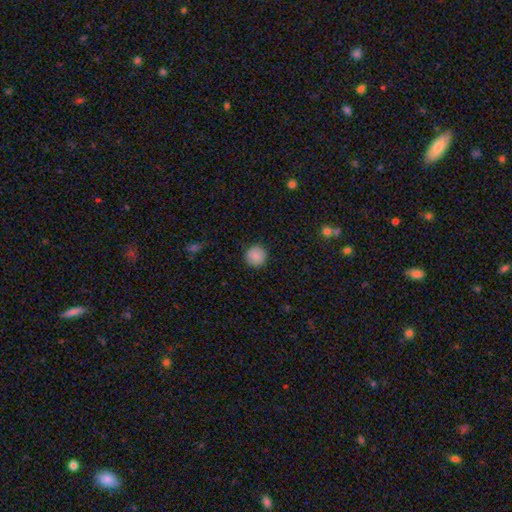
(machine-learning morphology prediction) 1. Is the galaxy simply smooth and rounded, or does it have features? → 87% smooth, 8% star or artifact, 5% featured or disk.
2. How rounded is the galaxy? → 95% round, 4% in between, 1% cigar-shaped.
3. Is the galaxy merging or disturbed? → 90% none, 7% minor disturbance, 2% major disturbance, 1% merger.